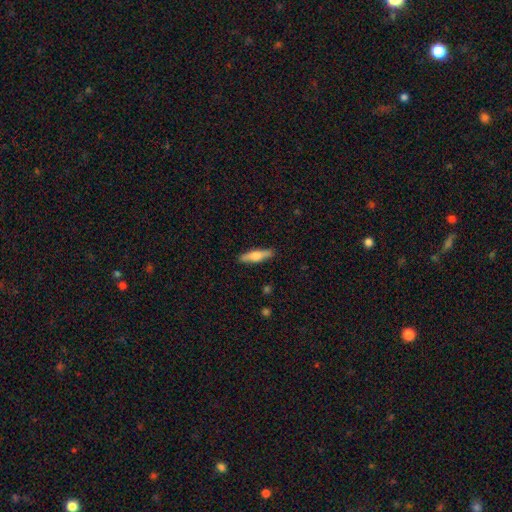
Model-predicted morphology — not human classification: Smooth or featured: smooth — 51% (featured or disk — 43%)
How rounded: cigar-shaped — 74% (in between — 24%)
Merging: none — 90% (minor disturbance — 8%)